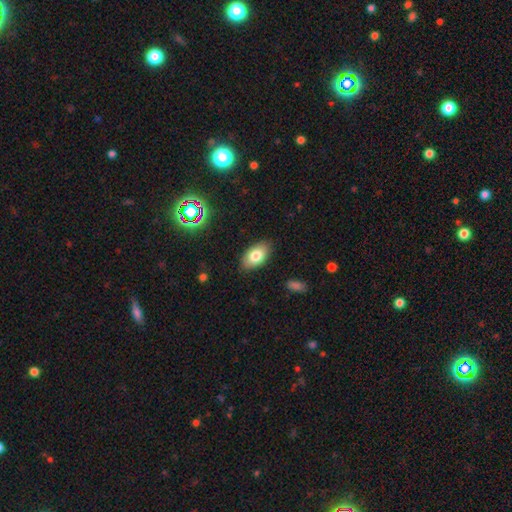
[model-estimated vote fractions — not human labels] This appears to be a smooth galaxy with no disk features (78%) that is in between round and cigar-shaped (93%). Merging: none (86%).